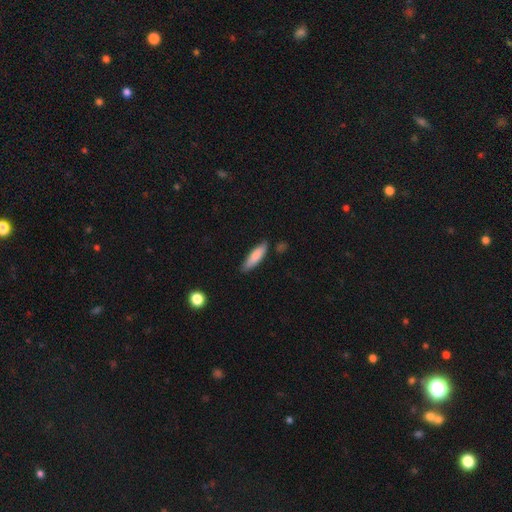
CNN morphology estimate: A smooth galaxy with no disk features (82%) that is cigar-shaped (65%).

Vote fractions:
- Smooth or featured? smooth: 82% / featured or disk: 12% / star or artifact: 6%
- How rounded? cigar-shaped: 65% / in between: 33% / round: 2%
- Merging? none: 79% / minor disturbance: 16% / major disturbance: 3% / merger: 2%